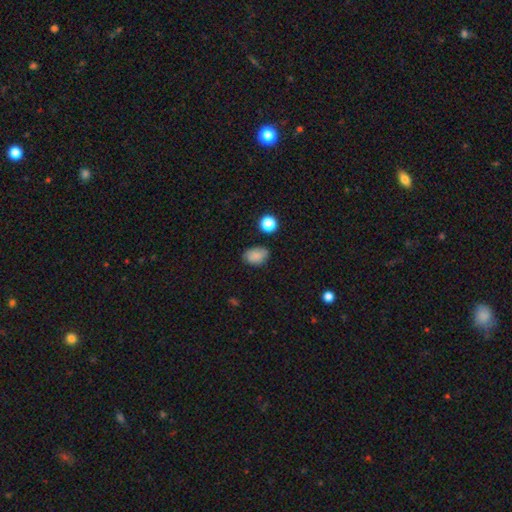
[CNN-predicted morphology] smooth_or_featured: smooth (p=0.82) [alt: star or artifact p=0.10]
how_rounded: in between (p=0.77) [alt: round p=0.22]
merging: none (p=0.72) [alt: minor disturbance p=0.21]